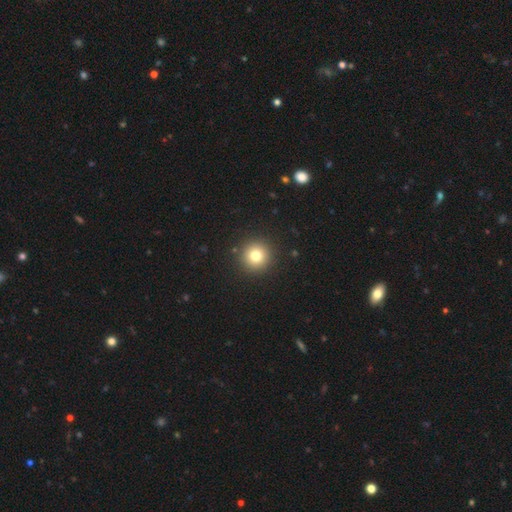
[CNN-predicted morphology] Overall: smooth (78%). How rounded: round (96%). Merging: none (92%).